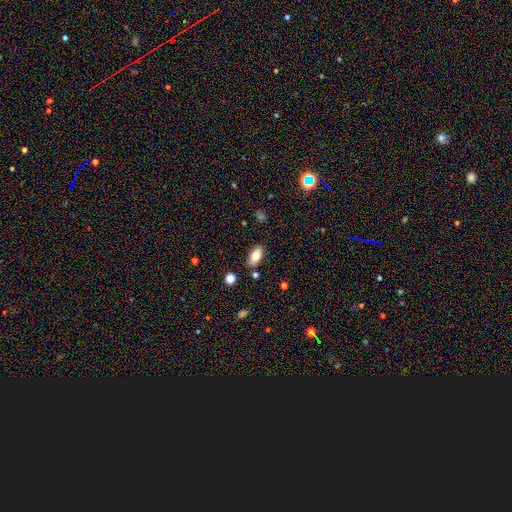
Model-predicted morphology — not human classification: smooth 76%, featured or disk 15%, star or artifact 9%. Down the decision tree: how rounded — in between (91%); merging — none (82%).